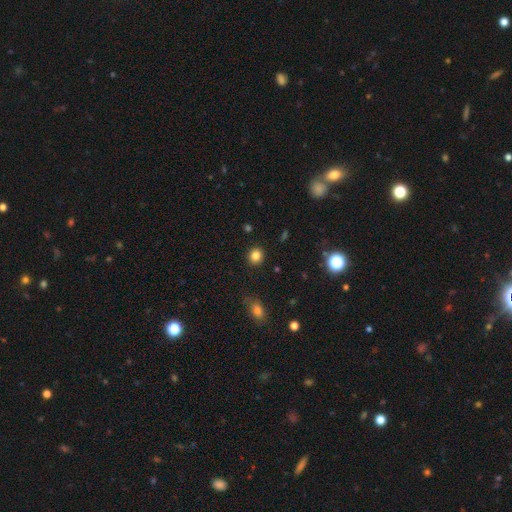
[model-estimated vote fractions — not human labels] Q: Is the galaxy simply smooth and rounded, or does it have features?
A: smooth — 83%.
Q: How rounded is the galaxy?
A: round — 85%.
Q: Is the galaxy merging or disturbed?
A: none — 91%.